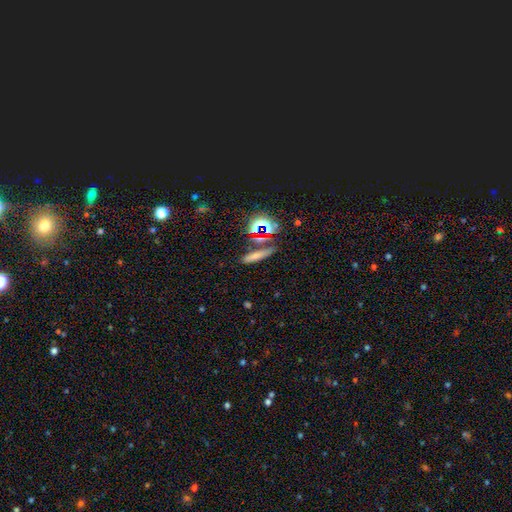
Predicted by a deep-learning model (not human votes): Smooth or featured?
  - smooth: 63% *
  - star or artifact: 23%
  - featured or disk: 13%
How rounded?
  - cigar-shaped: 75% *
  - in between: 17%
  - round: 8%
Merging?
  - none: 77% *
  - minor disturbance: 10%
  - merger: 9%
  - major disturbance: 4%